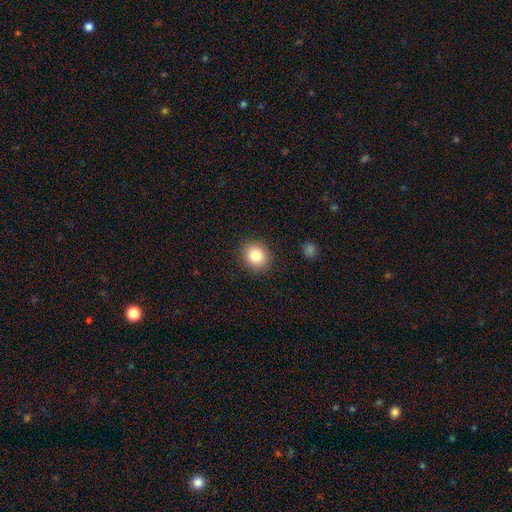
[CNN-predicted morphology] This is clearly a smooth galaxy (83%). How rounded: likely round (77%). Merging: clearly none (90%).